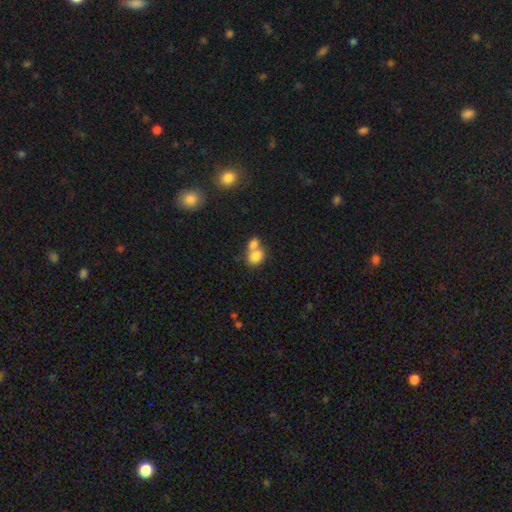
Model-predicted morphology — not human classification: Smooth or featured? Predicted: smooth (p=0.80). How rounded? Predicted: in between (p=0.57). Merging? Predicted: merger (p=0.59).